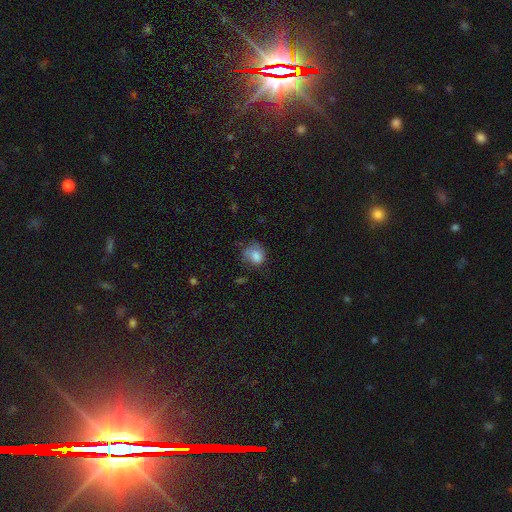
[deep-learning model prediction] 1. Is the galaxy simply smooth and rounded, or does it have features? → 77% smooth, 13% featured or disk, 10% star or artifact.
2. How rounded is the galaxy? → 65% round, 34% in between, 1% cigar-shaped.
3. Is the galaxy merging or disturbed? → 45% none, 32% minor disturbance, 20% major disturbance, 3% merger.